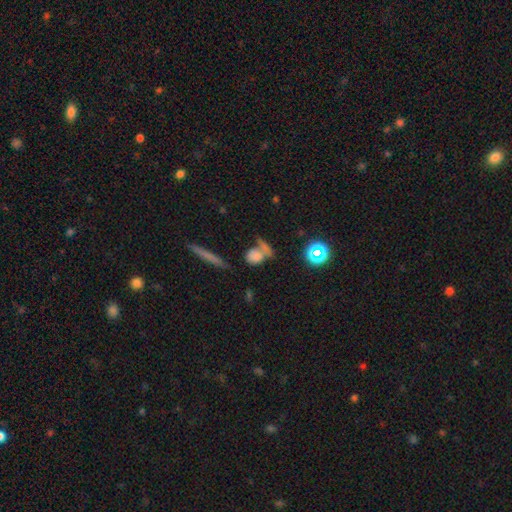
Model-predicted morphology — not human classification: Smooth or featured? Predicted: smooth (p=0.72). How rounded? Predicted: round (p=0.50). Merging? Predicted: none (p=0.39).